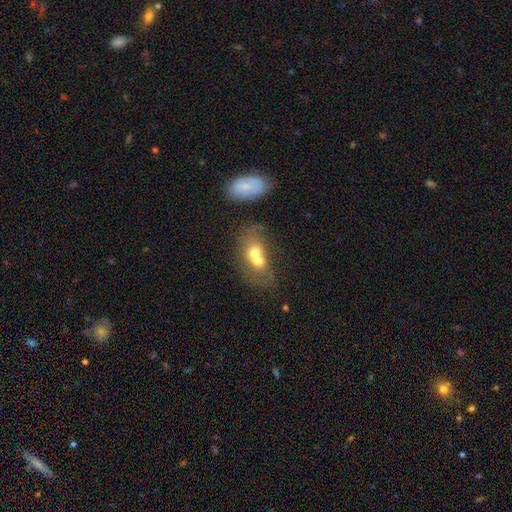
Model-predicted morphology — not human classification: smooth 58%, featured or disk 32%, star or artifact 10%. Down the decision tree: how rounded — in between (61%); merging — merger (71%).